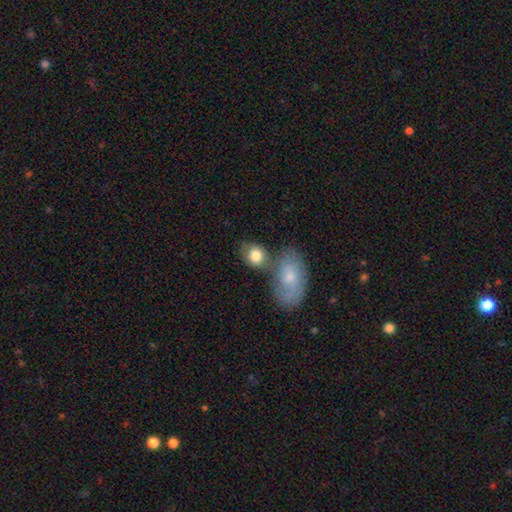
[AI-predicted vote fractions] The model was most divided on "merging": none: 44%, merger: 35%, minor disturbance: 15%, major disturbance: 6%. More confident: smooth or featured — smooth (77%); how rounded — in between (62%).